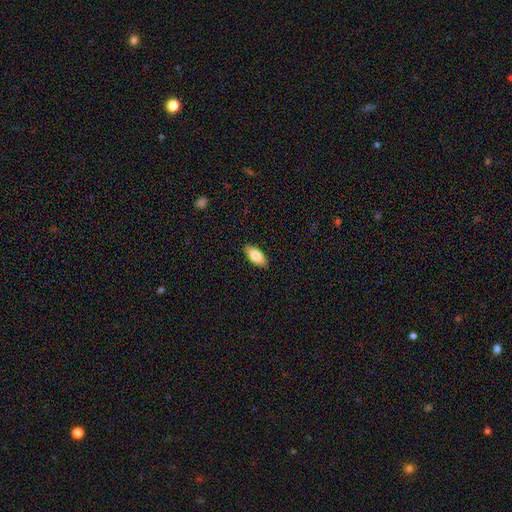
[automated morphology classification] Smooth or featured?
  - smooth: 80% *
  - featured or disk: 14%
  - star or artifact: 6%
How rounded?
  - in between: 88% *
  - cigar-shaped: 10%
  - round: 2%
Merging?
  - none: 89% *
  - minor disturbance: 8%
  - major disturbance: 2%
  - merger: 1%